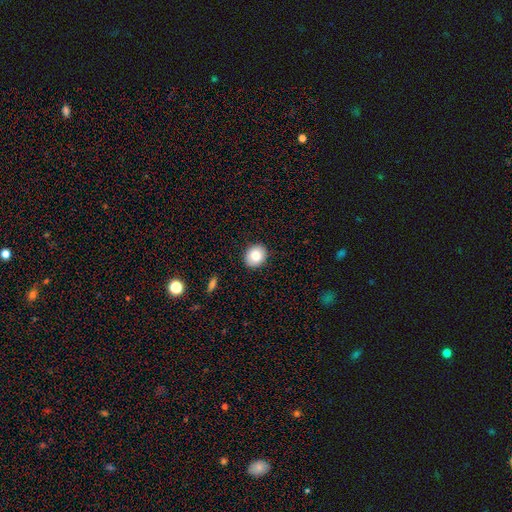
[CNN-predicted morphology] This is clearly a smooth galaxy (82%). How rounded: likely round (69%). Merging: clearly none (90%).